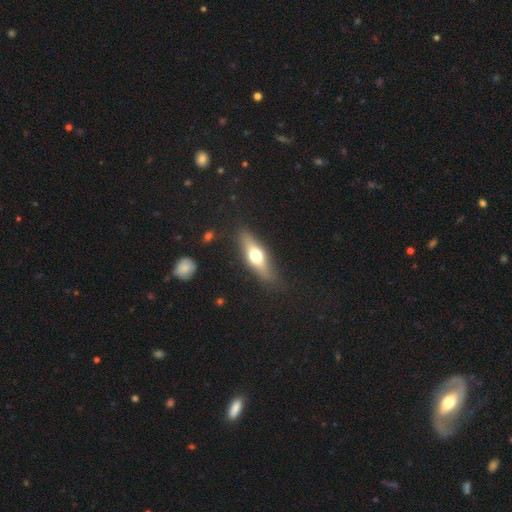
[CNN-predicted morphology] Smooth or featured: featured or disk — 49% (smooth — 45%)
Merging: none — 83% (minor disturbance — 12%)